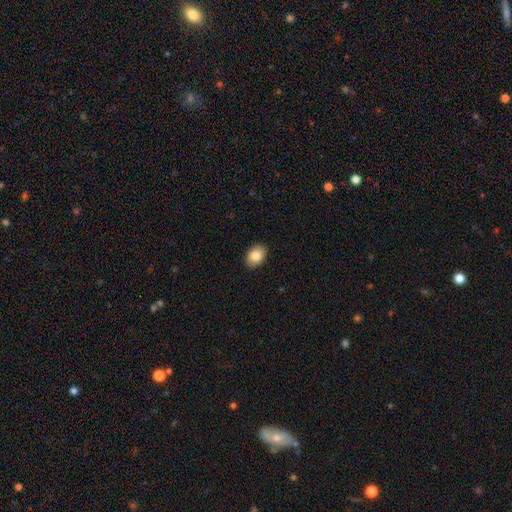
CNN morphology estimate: Overall: smooth (87%). How rounded: in between (73%). Merging: none (88%).